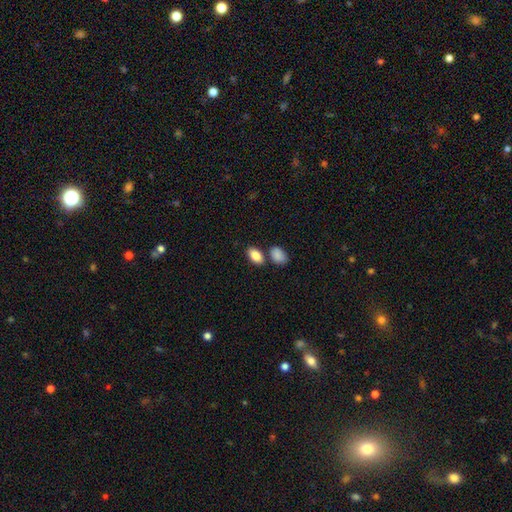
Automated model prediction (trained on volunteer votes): Smooth or featured? Predicted: smooth (p=0.86). How rounded? Predicted: in between (p=0.92). Merging? Predicted: none (p=0.70).